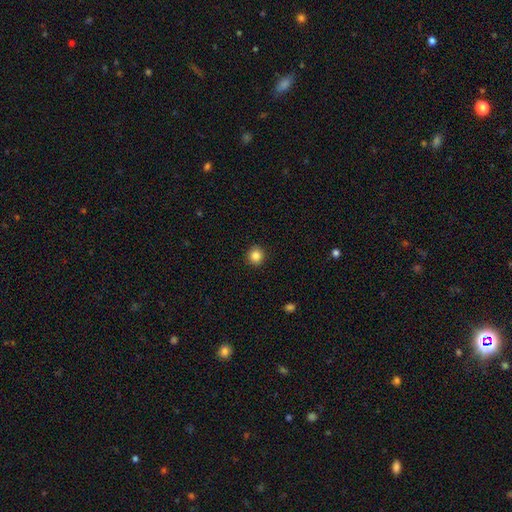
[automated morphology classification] Smooth or featured? Predicted: smooth (p=0.85). How rounded? Predicted: round (p=0.90). Merging? Predicted: none (p=0.92).